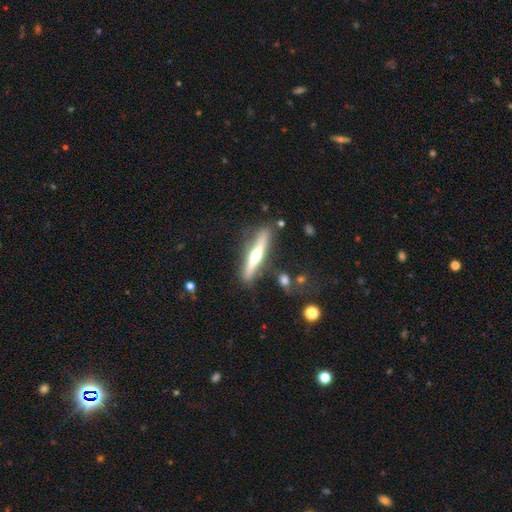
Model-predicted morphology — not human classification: Overall: featured or disk (62%; smooth 32%). Edge-on disk: yes (94%). Edge-on bulge: rounded (87%). Merging: none (81%).